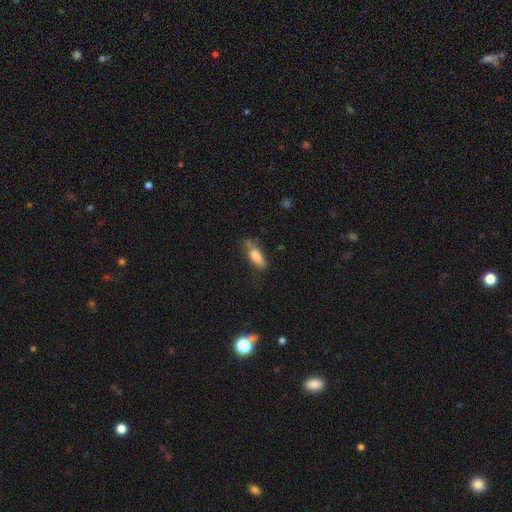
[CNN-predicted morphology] Q: Smooth or featured?
A: smooth (79%); runner-up: featured or disk (13%)
Q: How rounded?
A: in between (65%); runner-up: cigar-shaped (32%)
Q: Merging?
A: none (49%); runner-up: minor disturbance (33%)